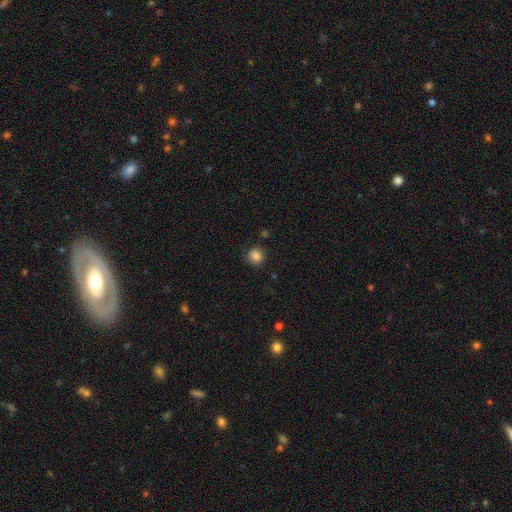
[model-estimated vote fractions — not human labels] smooth-or-featured: smooth: 85% | star or artifact: 11% | featured or disk: 4%
  how-rounded: round: 91% | in between: 8% | cigar-shaped: 1%
  merging: none: 86% | minor disturbance: 10% | major disturbance: 3% | merger: 2%